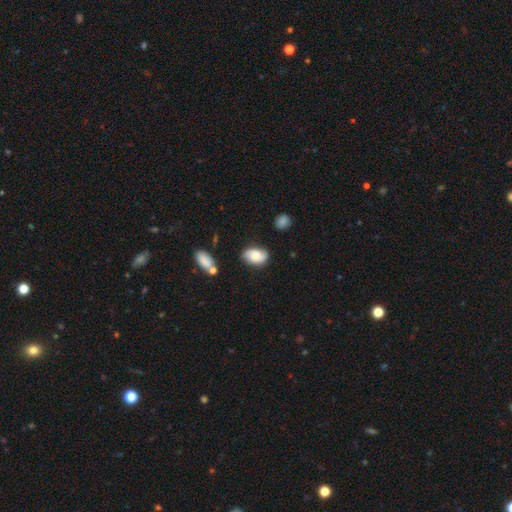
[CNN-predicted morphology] Smooth or featured?
  - smooth: 68% *
  - featured or disk: 25%
  - star or artifact: 8%
How rounded?
  - in between: 89% *
  - round: 9%
  - cigar-shaped: 2%
Merging?
  - none: 71% *
  - minor disturbance: 21%
  - major disturbance: 4%
  - merger: 4%